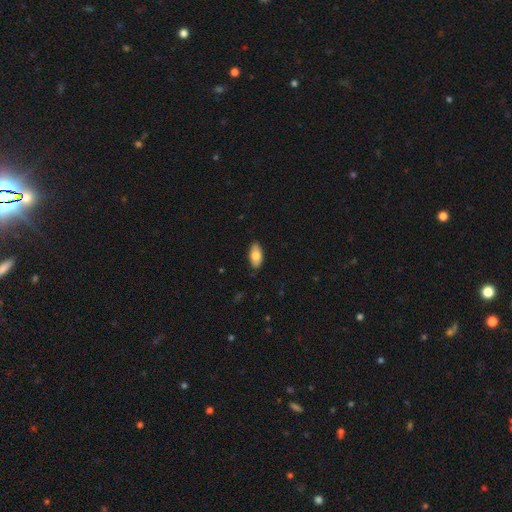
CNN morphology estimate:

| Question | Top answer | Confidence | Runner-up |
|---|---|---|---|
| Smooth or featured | smooth | 78% | featured or disk (16%) |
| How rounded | in between | 92% | cigar-shaped (6%) |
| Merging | none | 85% | minor disturbance (12%) |